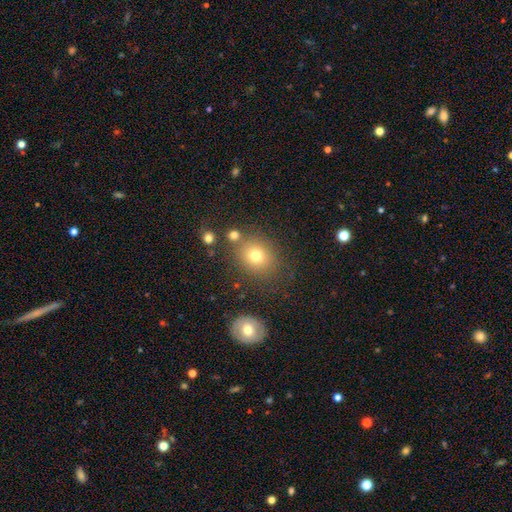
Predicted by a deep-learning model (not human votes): Q: Smooth or featured?
A: smooth (74%); runner-up: star or artifact (15%)
Q: How rounded?
A: round (65%); runner-up: in between (34%)
Q: Merging?
A: none (75%); runner-up: minor disturbance (12%)